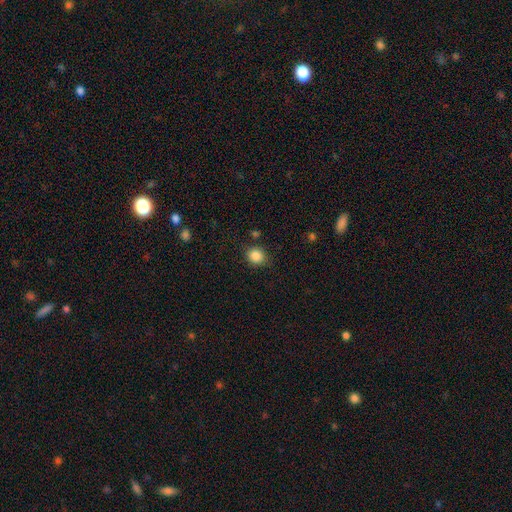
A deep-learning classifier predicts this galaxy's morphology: Smooth or featured? smooth (86%)
How rounded? round (78%)
Merging? none (81%)